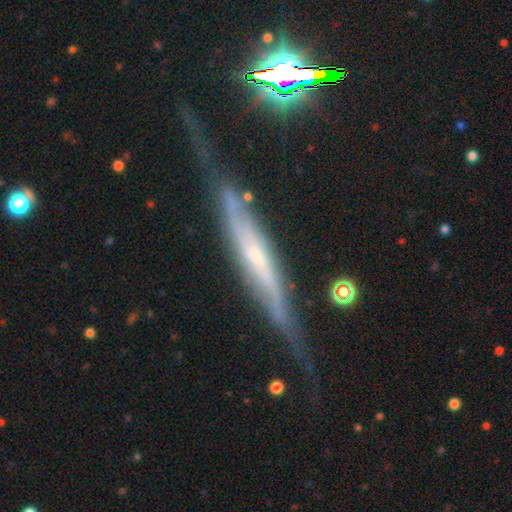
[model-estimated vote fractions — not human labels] Smooth or featured?
  - featured or disk: 79% *
  - smooth: 12%
  - star or artifact: 8%
Edge-on disk?
  - yes: 84% *
  - no: 16%
Edge-on bulge?
  - none: 48% *
  - rounded: 38%
  - boxy: 14%
Merging?
  - none: 64% *
  - minor disturbance: 25%
  - major disturbance: 9%
  - merger: 3%